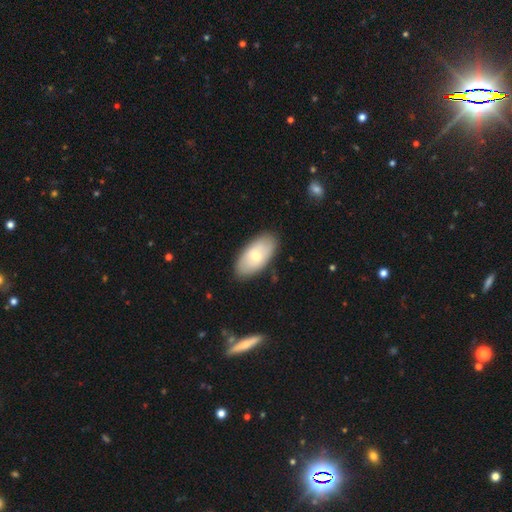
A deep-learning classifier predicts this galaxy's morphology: Smooth or featured? smooth (61%)
How rounded? in between (93%)
Merging? none (86%)